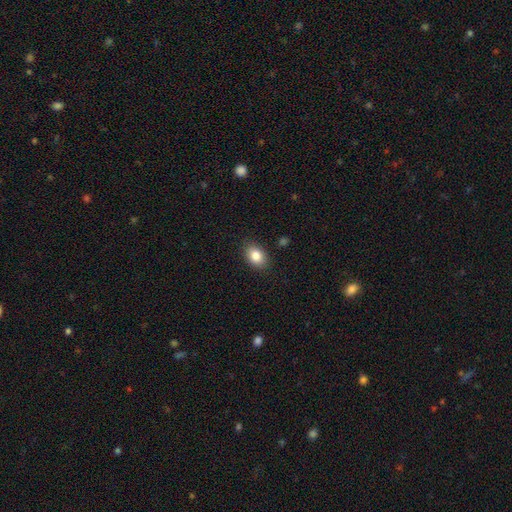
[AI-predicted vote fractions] This is clearly a smooth galaxy (84%). How rounded: likely in between (79%). Merging: clearly none (87%).